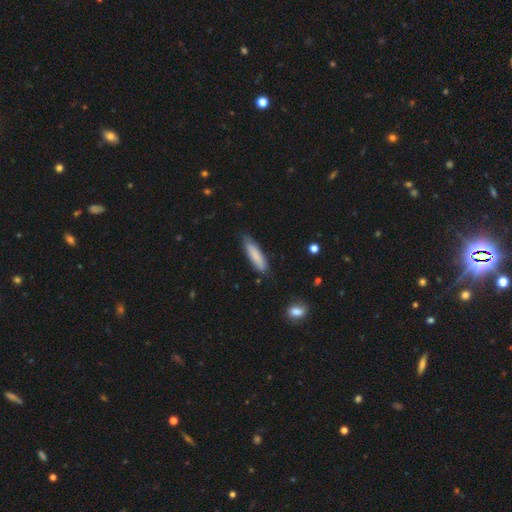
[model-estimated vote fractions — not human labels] Smooth or featured: smooth — 82% (featured or disk — 12%)
How rounded: cigar-shaped — 75% (in between — 24%)
Merging: none — 77% (minor disturbance — 18%)